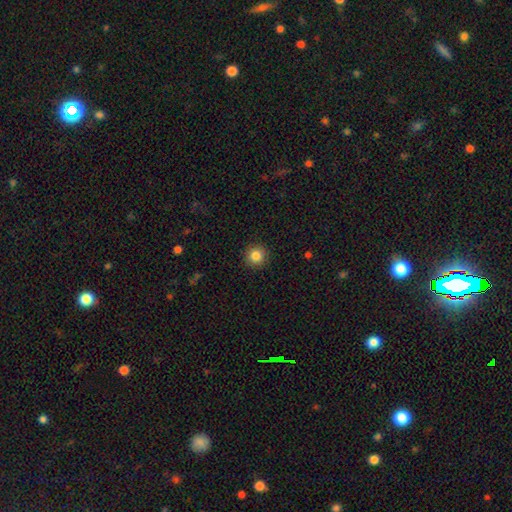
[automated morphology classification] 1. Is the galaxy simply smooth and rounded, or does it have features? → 84% smooth, 11% star or artifact, 5% featured or disk.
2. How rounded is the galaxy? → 94% round, 5% in between, 1% cigar-shaped.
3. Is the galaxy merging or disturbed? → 92% none, 5% minor disturbance, 2% major disturbance, 1% merger.